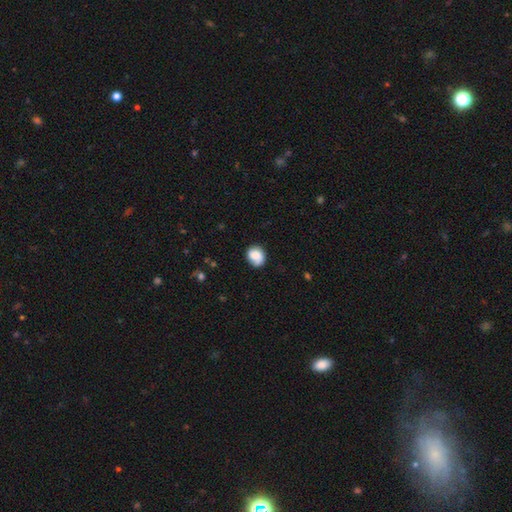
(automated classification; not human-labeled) Overall: smooth (78%). How rounded: round (68%; in between 31%). Merging: none (69%).